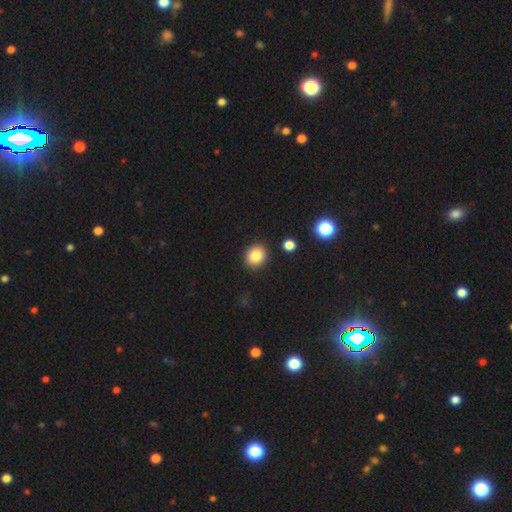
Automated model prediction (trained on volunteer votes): Smooth or featured?
  - smooth: 84% *
  - star or artifact: 10%
  - featured or disk: 6%
How rounded?
  - round: 74% *
  - in between: 25%
  - cigar-shaped: 1%
Merging?
  - none: 89% *
  - minor disturbance: 7%
  - merger: 2%
  - major disturbance: 2%